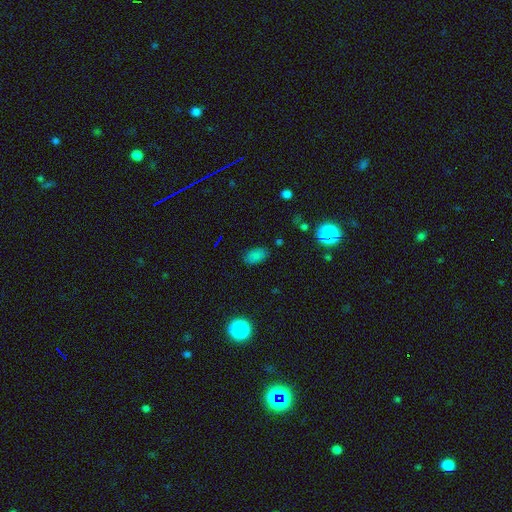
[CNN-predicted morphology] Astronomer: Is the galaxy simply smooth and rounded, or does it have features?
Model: smooth — 76%.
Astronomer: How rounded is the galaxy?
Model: in between — 91%.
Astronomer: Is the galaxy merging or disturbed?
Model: none — 82%.